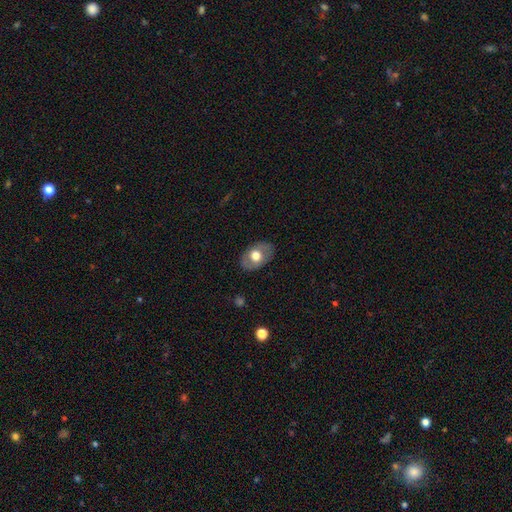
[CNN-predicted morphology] A smooth galaxy with no disk features (58%) that is in between round and cigar-shaped (81%). Merging: none (83%).